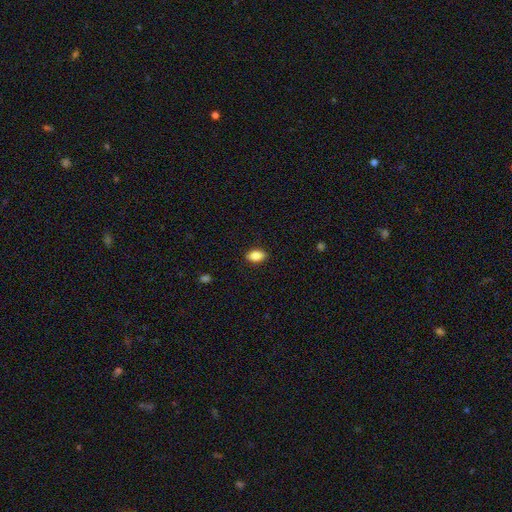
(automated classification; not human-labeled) This appears to be a smooth galaxy with no disk features (87%) that is in between round and cigar-shaped (88%). Merging: none (89%).